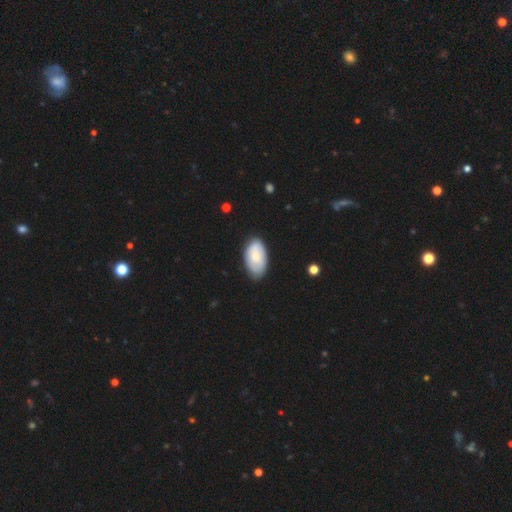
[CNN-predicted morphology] The model was most divided on "smooth or featured": smooth: 71%, featured or disk: 23%, star or artifact: 6%. More confident: how rounded — in between (95%); merging — none (77%).